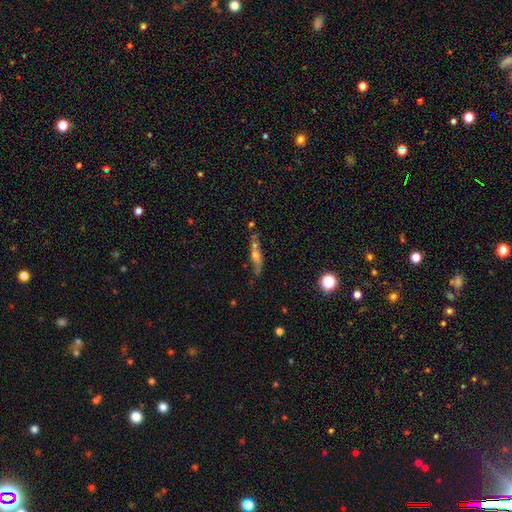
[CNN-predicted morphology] Q: Smooth or featured?
A: featured or disk (49%); runner-up: smooth (37%)
Q: Merging?
A: none (42%); runner-up: merger (25%)